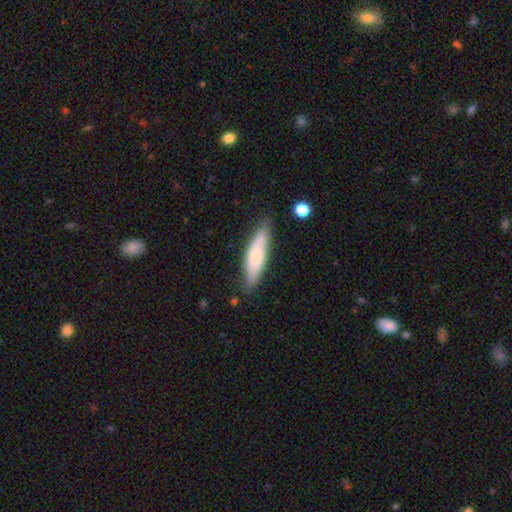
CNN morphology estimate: Smooth or featured?
  - smooth: 57% *
  - featured or disk: 36%
  - star or artifact: 6%
How rounded?
  - cigar-shaped: 65% *
  - in between: 34%
  - round: 2%
Merging?
  - none: 75% *
  - minor disturbance: 19%
  - major disturbance: 3%
  - merger: 3%